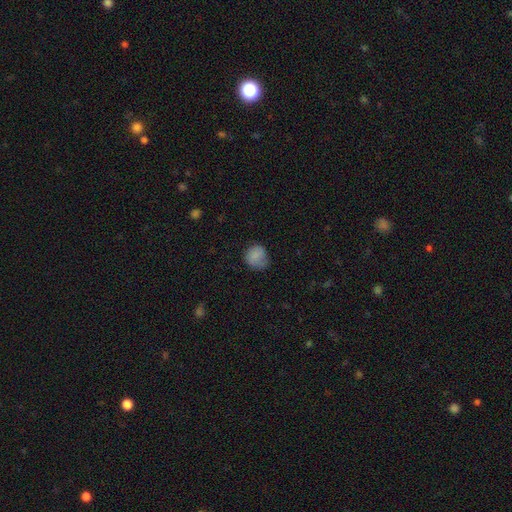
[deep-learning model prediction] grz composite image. It shows a smooth galaxy with no disk features (80%) that is round (80%). Merging: none (59%).